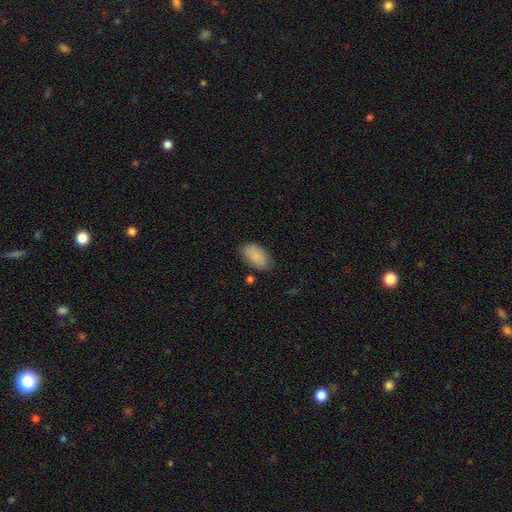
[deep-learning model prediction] Smooth or featured? Predicted: smooth (p=0.87). How rounded? Predicted: in between (p=0.94). Merging? Predicted: none (p=0.75).